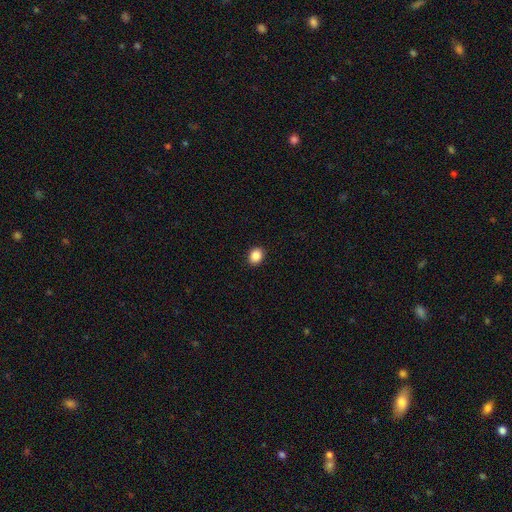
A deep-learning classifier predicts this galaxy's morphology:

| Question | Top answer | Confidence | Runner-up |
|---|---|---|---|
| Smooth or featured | smooth | 88% | star or artifact (9%) |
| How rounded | round | 52% | in between (47%) |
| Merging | none | 92% | minor disturbance (6%) |